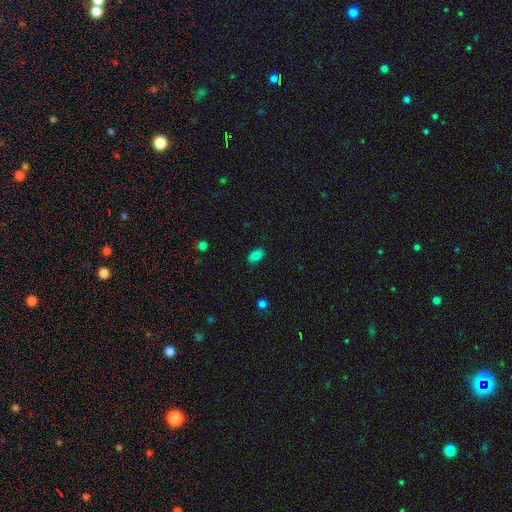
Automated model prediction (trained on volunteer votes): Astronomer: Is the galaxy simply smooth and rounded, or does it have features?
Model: smooth — 82%.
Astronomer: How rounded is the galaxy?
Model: in between — 88%.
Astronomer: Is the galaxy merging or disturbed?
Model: none — 84%.